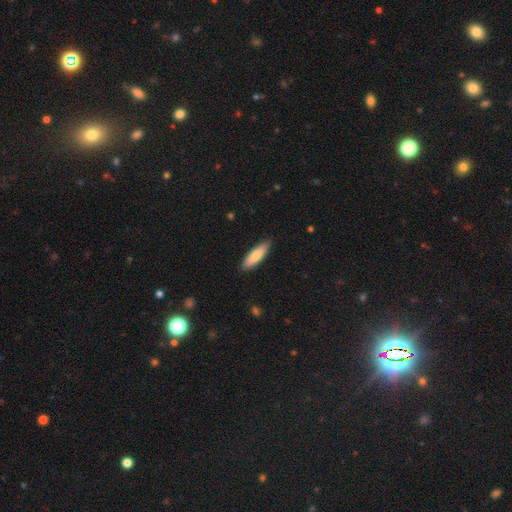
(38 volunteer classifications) Smooth or featured: smooth — 71% (featured or disk — 24%)
How rounded: cigar-shaped — 56% (in between — 44%)
Merging: none — 89% (minor disturbance — 11%)